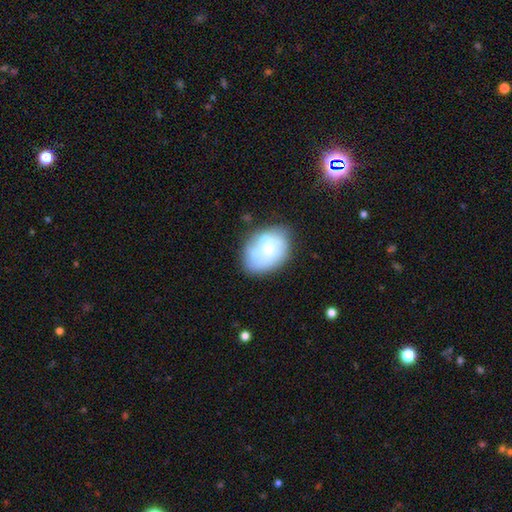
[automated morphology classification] A featured or disk galaxy (52%) with no bar (83%), no spiral arms (74%) and a moderate central bulge (46%).

Vote fractions:
- Smooth or featured? featured or disk: 52% / smooth: 40% / star or artifact: 8%
- Edge-on disk? no: 98% / yes: 2%
- Bar? no: 83% / weak: 13% / strong: 3%
- Spiral arms? no: 74% / yes: 26%
- Bulge size? moderate: 46% / small: 26% / none: 14% / large: 11% / dominant: 2%
- Merging? none: 47% / merger: 21% / minor disturbance: 21% / major disturbance: 11%